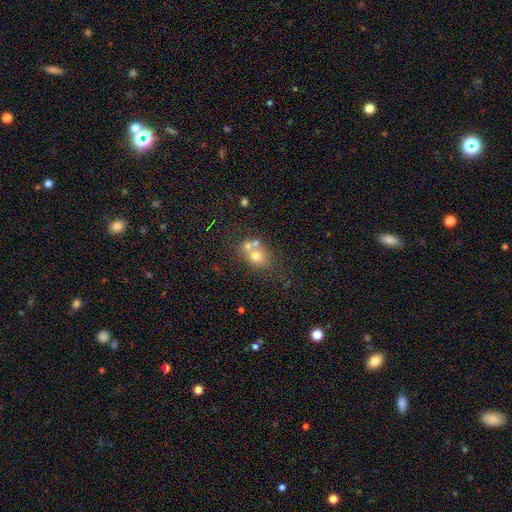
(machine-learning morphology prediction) smooth-or-featured: smooth: 63% | featured or disk: 23% | star or artifact: 14%
  how-rounded: round: 63% | in between: 36% | cigar-shaped: 1%
  merging: merger: 47% | none: 38% | minor disturbance: 10% | major disturbance: 5%